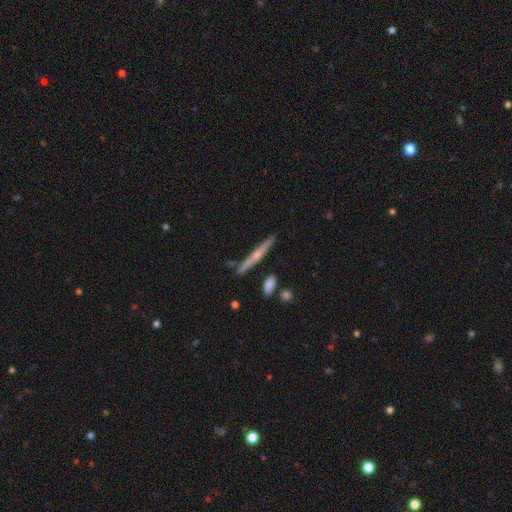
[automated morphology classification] type=featured or disk (64%); edge-on=yes (97%); edge-on bulge=rounded (72%); merging=none (86%).